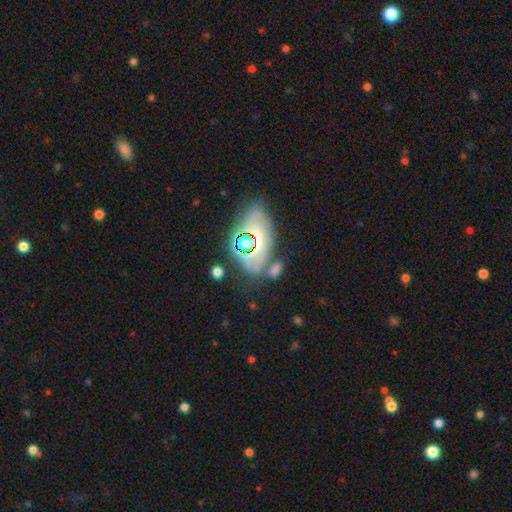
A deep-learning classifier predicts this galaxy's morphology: Overall: star or artifact (43%; featured or disk 29%).